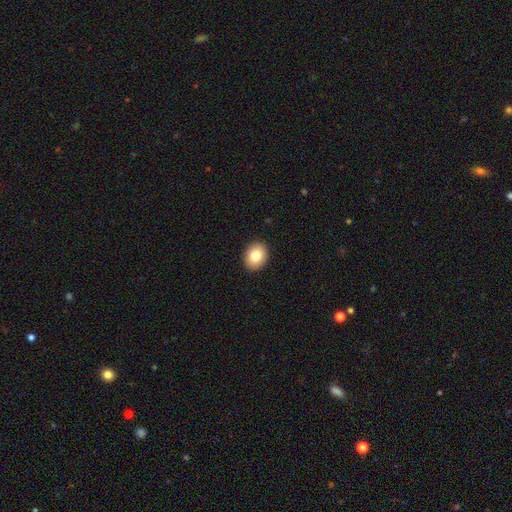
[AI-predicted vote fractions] The model was most divided on "how rounded": round: 51%, in between: 48%, cigar-shaped: 1%. More confident: merging — none (92%); smooth or featured — smooth (81%).